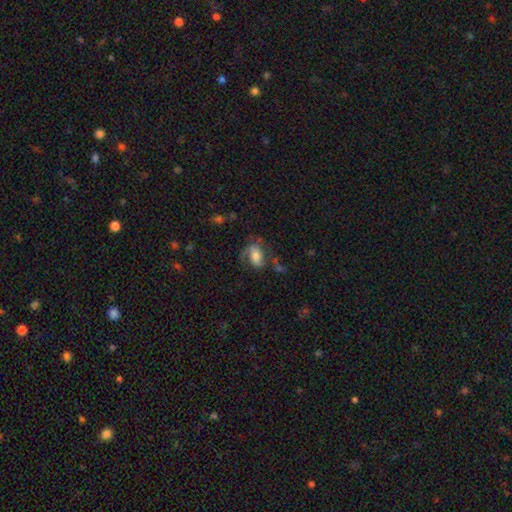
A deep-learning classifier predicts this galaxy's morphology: Smooth or featured? featured or disk (46%)
Merging? none (48%)